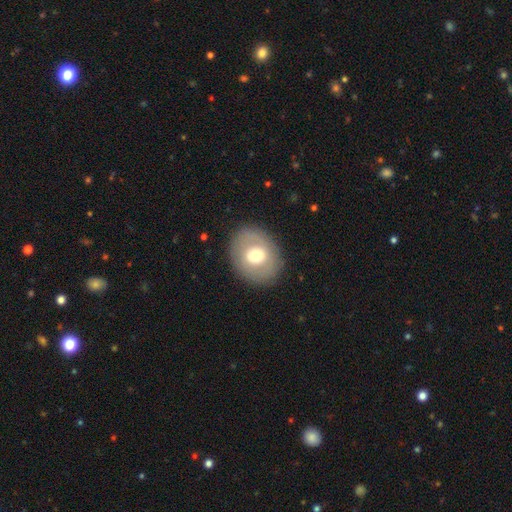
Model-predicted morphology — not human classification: Q: Smooth or featured?
A: smooth (60%); runner-up: featured or disk (32%)
Q: How rounded?
A: round (59%); runner-up: in between (40%)
Q: Merging?
A: none (85%); runner-up: minor disturbance (10%)